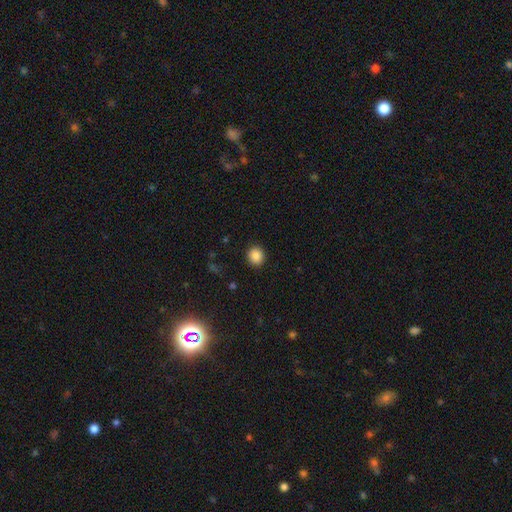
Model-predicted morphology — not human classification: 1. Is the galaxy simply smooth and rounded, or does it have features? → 86% smooth, 10% star or artifact, 4% featured or disk.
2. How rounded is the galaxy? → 86% round, 13% in between, 1% cigar-shaped.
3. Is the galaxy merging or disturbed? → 91% none, 6% minor disturbance, 2% major disturbance, 1% merger.